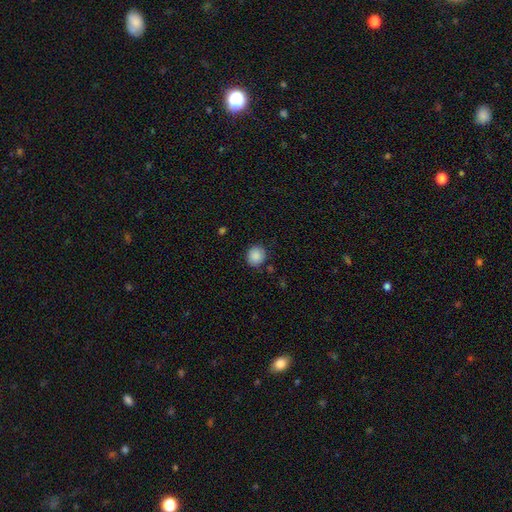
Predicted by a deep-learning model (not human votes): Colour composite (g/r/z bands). It shows a smooth galaxy with no disk features (88%) that is round (83%). Merging: none (84%).